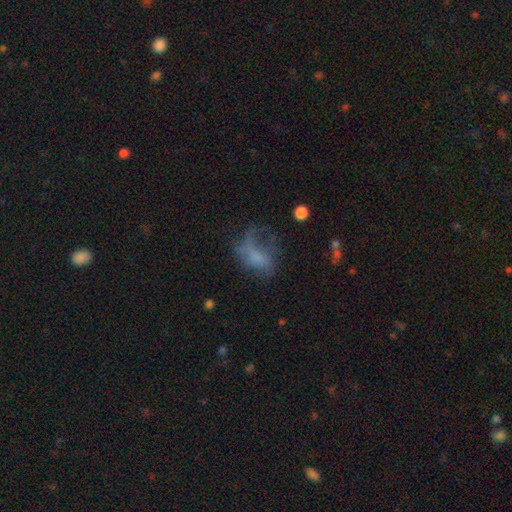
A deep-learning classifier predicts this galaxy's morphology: The model was most divided on "smooth or featured": smooth: 49%, featured or disk: 35%, star or artifact: 16%. Remaining: merging — major disturbance (45%).